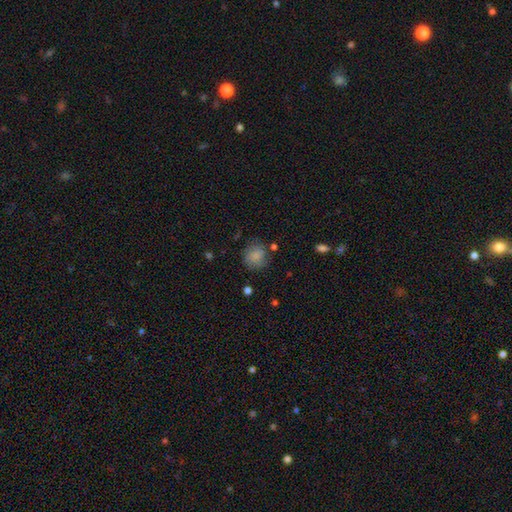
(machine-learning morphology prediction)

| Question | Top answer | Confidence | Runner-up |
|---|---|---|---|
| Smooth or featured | smooth | 82% | featured or disk (10%) |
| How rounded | round | 86% | in between (13%) |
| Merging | none | 74% | minor disturbance (17%) |